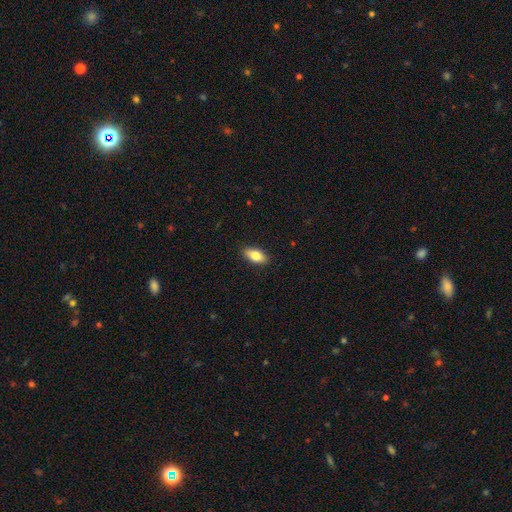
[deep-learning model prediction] Smooth or featured: smooth — 79% (featured or disk — 14%)
How rounded: in between — 88% (cigar-shaped — 9%)
Merging: none — 89% (minor disturbance — 8%)